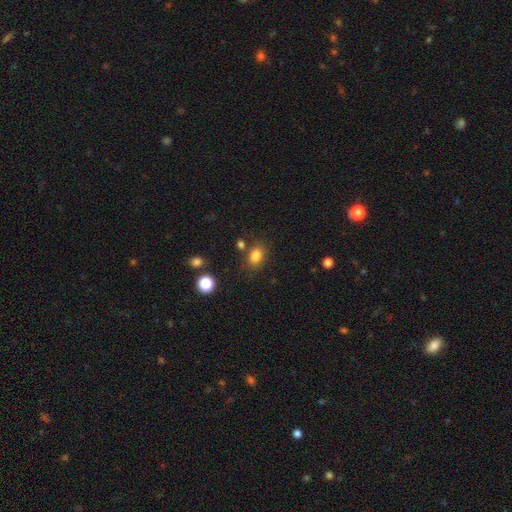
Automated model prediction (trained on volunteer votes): Smooth or featured? smooth (83%)
How rounded? in between (69%)
Merging? none (75%)